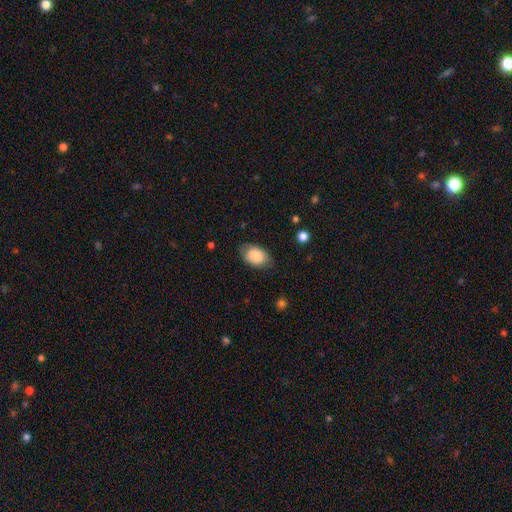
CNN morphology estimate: Smooth or featured: smooth — 82% (featured or disk — 12%)
How rounded: in between — 89% (round — 9%)
Merging: none — 76% (minor disturbance — 18%)